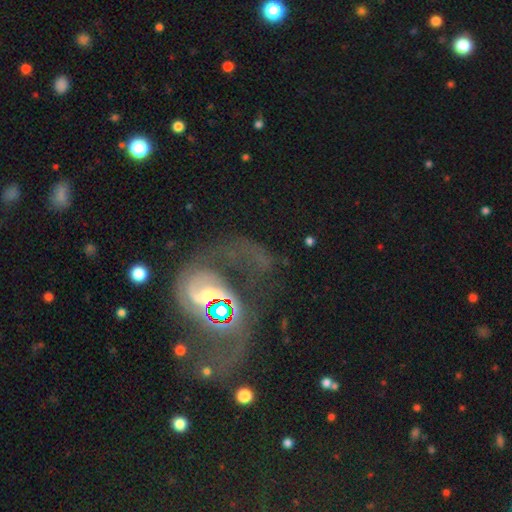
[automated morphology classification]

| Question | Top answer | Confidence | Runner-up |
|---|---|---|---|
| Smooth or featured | featured or disk | 67% | star or artifact (17%) |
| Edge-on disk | no | 96% | yes (4%) |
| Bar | no | 40% | weak (34%) |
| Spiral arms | yes | 80% | no (20%) |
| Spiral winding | medium | 41% | loose (36%) |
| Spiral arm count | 2 | 65% | 1 (15%) |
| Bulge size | moderate | 51% | small (27%) |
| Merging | none | 38% | major disturbance (34%) |